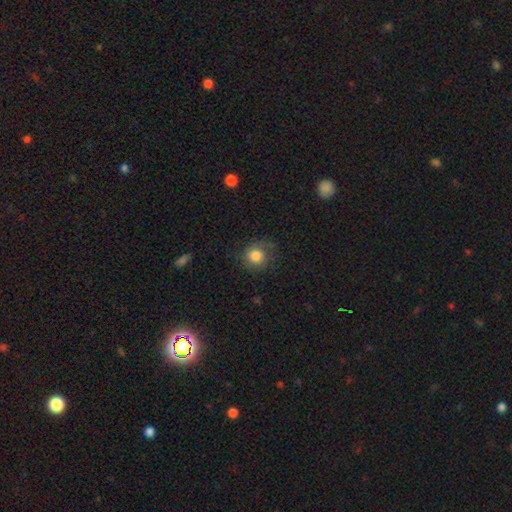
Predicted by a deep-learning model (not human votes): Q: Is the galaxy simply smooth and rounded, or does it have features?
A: smooth — 76%.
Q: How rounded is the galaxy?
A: round — 84%.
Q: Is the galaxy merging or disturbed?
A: none — 65%.